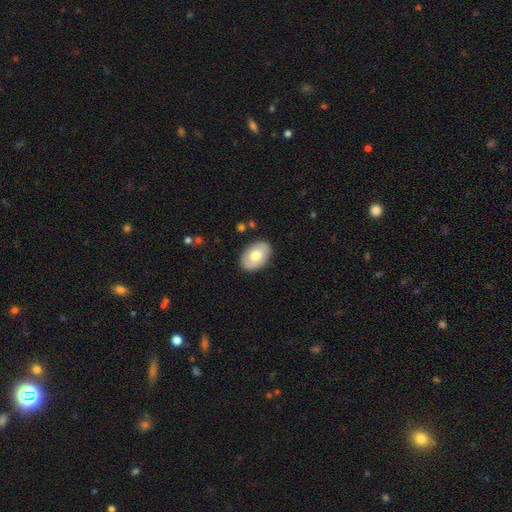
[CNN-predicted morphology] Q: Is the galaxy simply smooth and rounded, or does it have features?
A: smooth — 63%.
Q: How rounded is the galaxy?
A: in between — 87%.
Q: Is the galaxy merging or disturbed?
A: none — 85%.